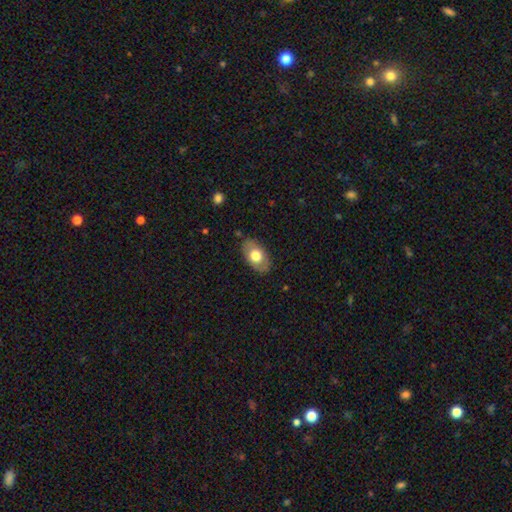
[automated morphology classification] Smooth or featured? smooth (67%)
How rounded? in between (92%)
Merging? none (83%)